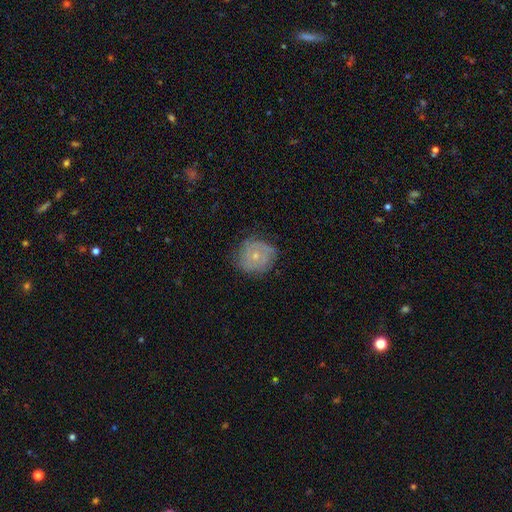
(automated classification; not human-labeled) This appears to be a featured or disk galaxy (49%). Merging: none (71%).